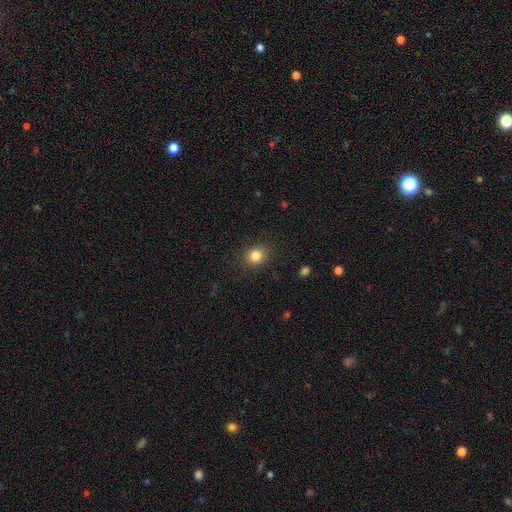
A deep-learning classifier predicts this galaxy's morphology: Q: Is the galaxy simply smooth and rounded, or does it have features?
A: smooth — 83%.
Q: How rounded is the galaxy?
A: round — 70%.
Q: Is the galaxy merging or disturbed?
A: none — 87%.